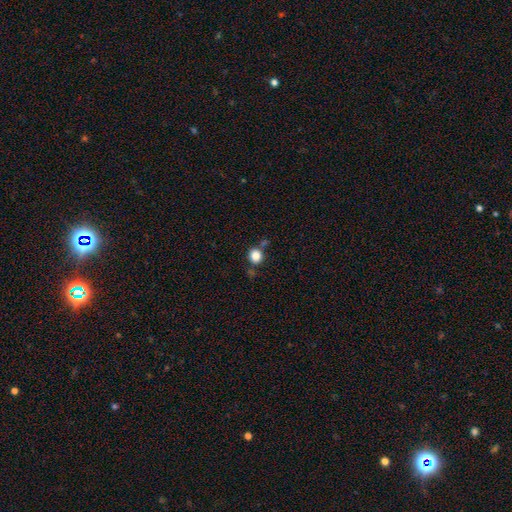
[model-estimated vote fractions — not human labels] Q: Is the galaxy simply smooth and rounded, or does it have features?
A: smooth — 84%.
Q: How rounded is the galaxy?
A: round — 84%.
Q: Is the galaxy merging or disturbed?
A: none — 73%.